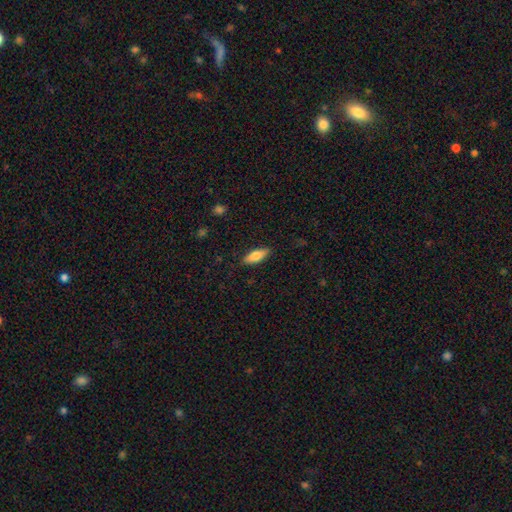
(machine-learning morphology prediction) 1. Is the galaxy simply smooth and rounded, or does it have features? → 74% smooth, 20% featured or disk, 6% star or artifact.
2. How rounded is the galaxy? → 65% in between, 33% cigar-shaped, 2% round.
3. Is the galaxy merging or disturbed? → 87% none, 9% minor disturbance, 2% major disturbance, 1% merger.